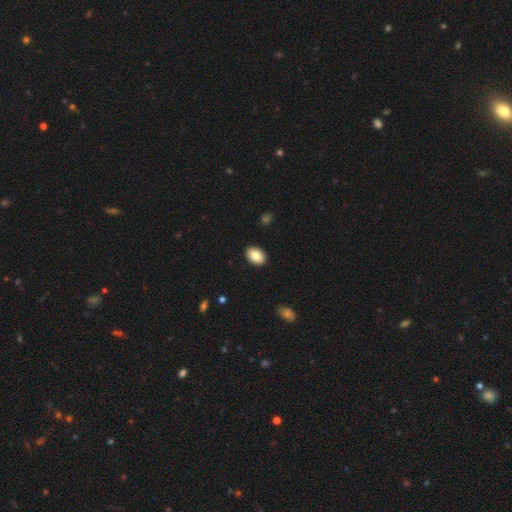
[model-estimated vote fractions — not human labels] A smooth galaxy with no disk features (84%) that is in between round and cigar-shaped (84%). Merging: none (91%).